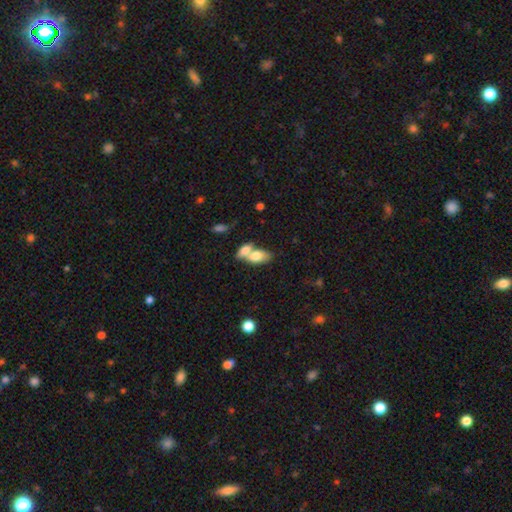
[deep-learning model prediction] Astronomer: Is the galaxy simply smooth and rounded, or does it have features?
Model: smooth — 75%.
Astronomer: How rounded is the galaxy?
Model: in between — 88%.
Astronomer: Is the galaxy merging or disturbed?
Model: merger — 65%.